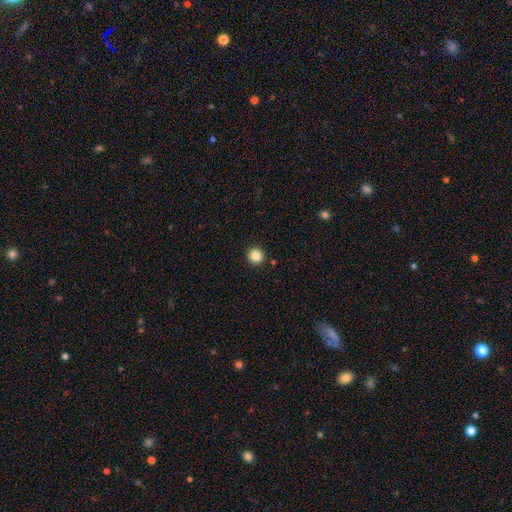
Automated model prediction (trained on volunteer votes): Smooth or featured: smooth — 86% (star or artifact — 11%)
How rounded: round — 96% (in between — 3%)
Merging: none — 93% (minor disturbance — 4%)